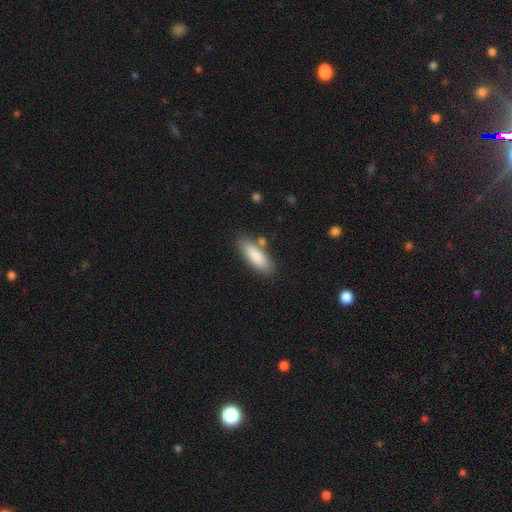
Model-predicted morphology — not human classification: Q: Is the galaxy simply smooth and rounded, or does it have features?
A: smooth — 86%.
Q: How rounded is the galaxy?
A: in between — 62%.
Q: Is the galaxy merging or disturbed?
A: none — 77%.